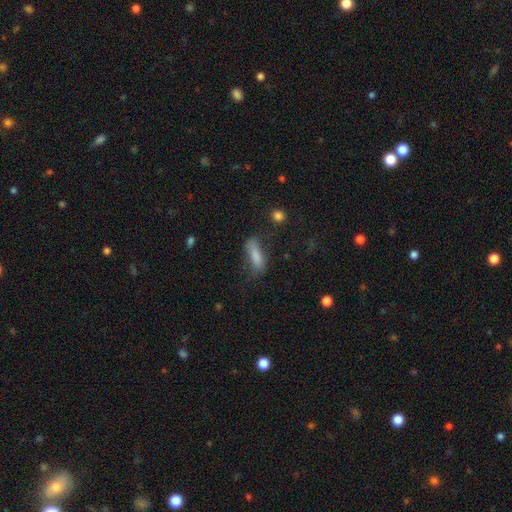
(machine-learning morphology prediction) smooth 77%, featured or disk 14%, star or artifact 8%. Down the decision tree: how rounded — in between (51%); merging — none (55%).